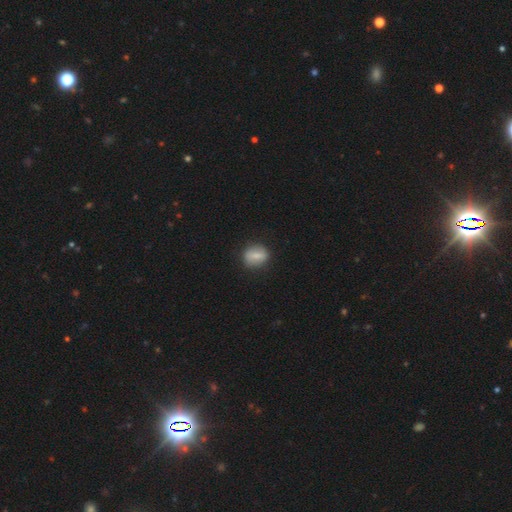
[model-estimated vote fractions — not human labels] Q: Smooth or featured?
A: smooth (69%); runner-up: featured or disk (23%)
Q: How rounded?
A: round (53%); runner-up: in between (43%)
Q: Merging?
A: none (83%); runner-up: minor disturbance (12%)